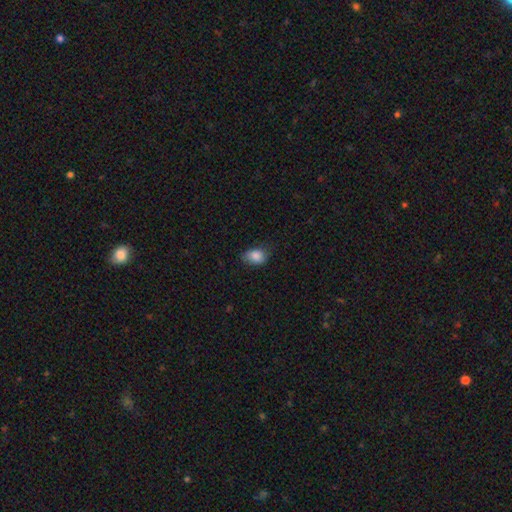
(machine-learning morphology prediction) smooth 86%, star or artifact 8%, featured or disk 6%. Down the decision tree: how rounded — in between (76%); merging — none (67%).